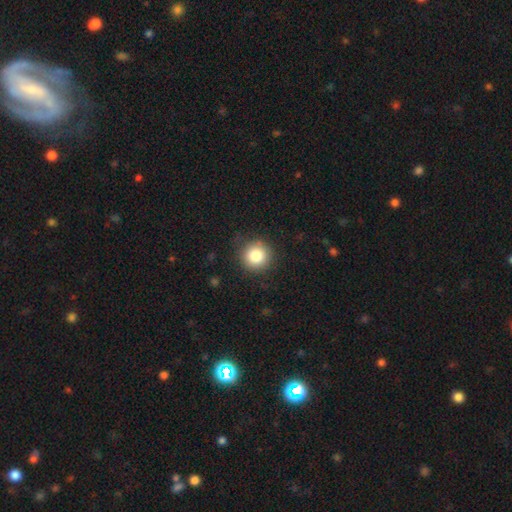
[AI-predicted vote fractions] A smooth galaxy with no disk features (83%) that is round (94%). Merging: none (87%).